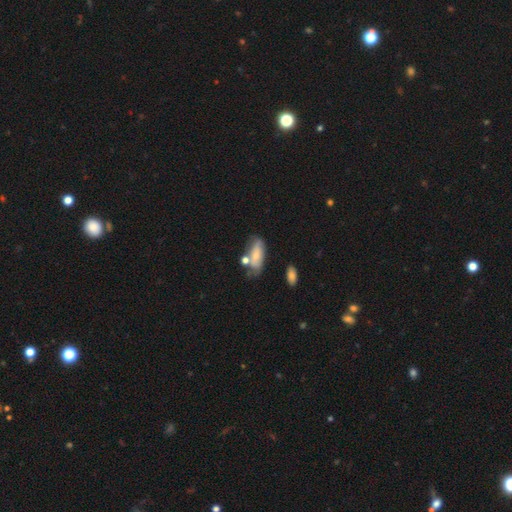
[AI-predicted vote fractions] smooth-or-featured: smooth: 64% | featured or disk: 28% | star or artifact: 8%
  how-rounded: in between: 76% | cigar-shaped: 20% | round: 4%
  merging: none: 47% | minor disturbance: 25% | merger: 19% | major disturbance: 10%